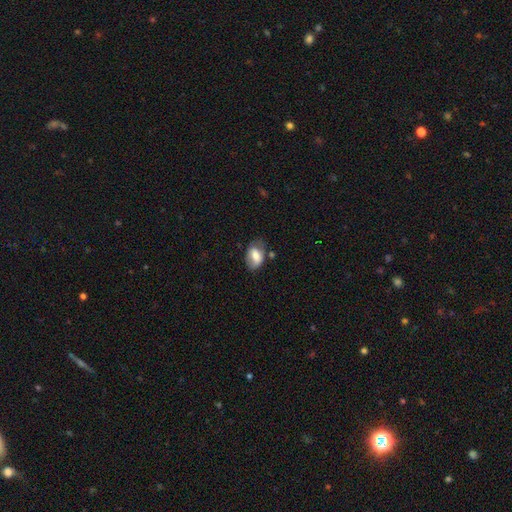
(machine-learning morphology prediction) Smooth or featured? smooth (60%)
How rounded? in between (89%)
Merging? none (57%)